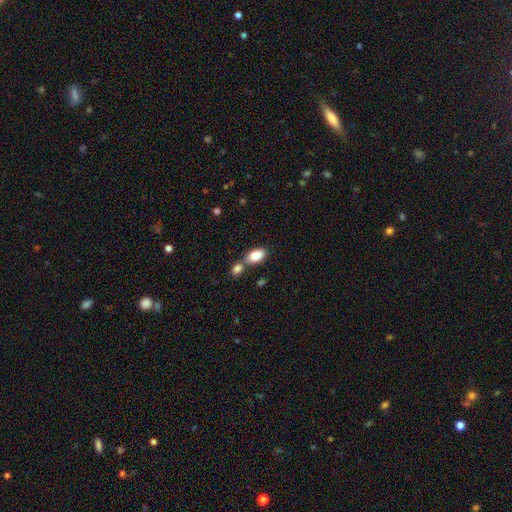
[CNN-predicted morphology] Smooth or featured: smooth — 87% (star or artifact — 7%)
How rounded: in between — 92% (round — 5%)
Merging: none — 44% (merger — 42%)